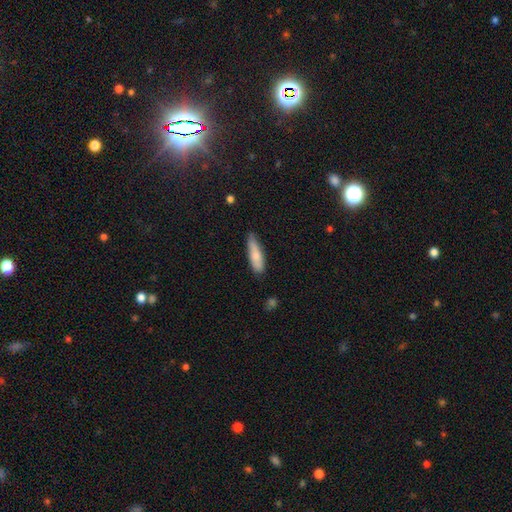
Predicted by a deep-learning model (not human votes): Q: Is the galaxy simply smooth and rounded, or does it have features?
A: smooth — 76%.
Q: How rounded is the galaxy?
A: cigar-shaped — 62%.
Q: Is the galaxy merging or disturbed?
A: none — 70%.